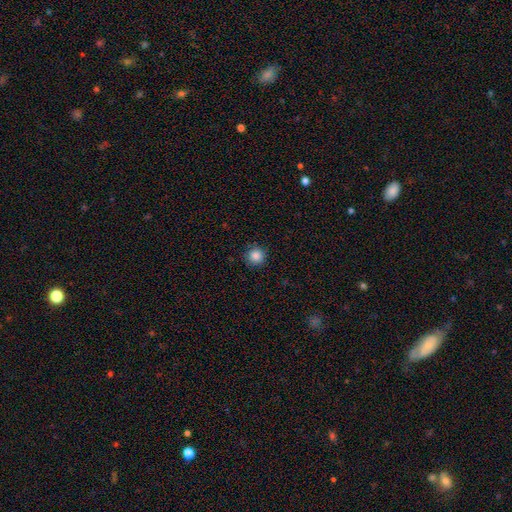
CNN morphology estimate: smooth 86%, star or artifact 11%, featured or disk 3%. Down the decision tree: how rounded — round (95%); merging — none (89%).